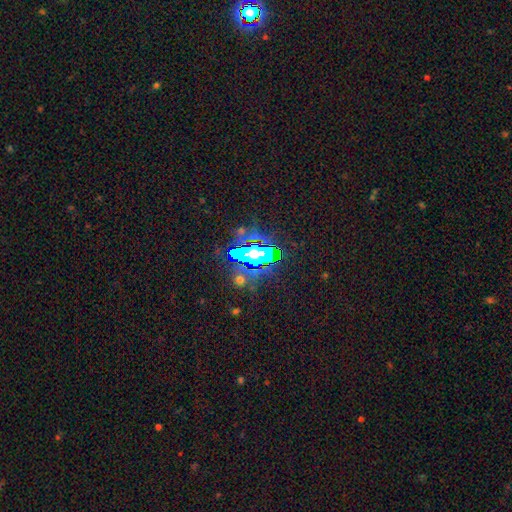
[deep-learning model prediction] star or artifact 68%, smooth 18%, featured or disk 13%.